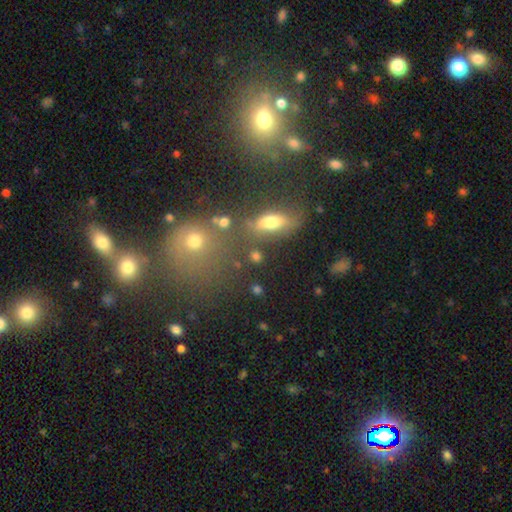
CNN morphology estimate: Smooth or featured?
  - smooth: 66% *
  - star or artifact: 19%
  - featured or disk: 14%
How rounded?
  - in between: 48% *
  - round: 39%
  - cigar-shaped: 13%
Merging?
  - none: 64% *
  - merger: 15%
  - minor disturbance: 13%
  - major disturbance: 7%